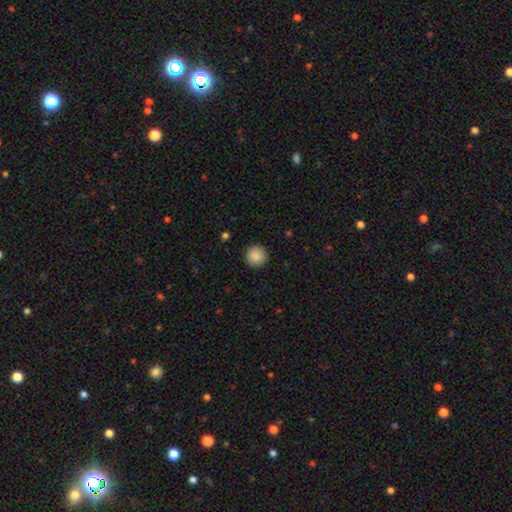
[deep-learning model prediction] The model was most divided on "smooth or featured": smooth: 89%, star or artifact: 8%, featured or disk: 3%. More confident: how rounded — round (96%); merging — none (92%).